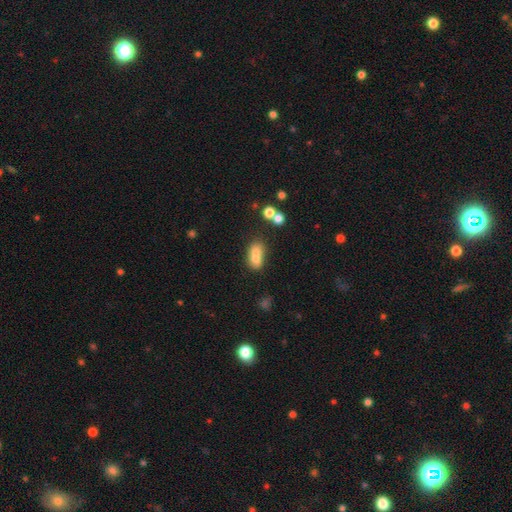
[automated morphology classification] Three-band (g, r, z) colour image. It shows a smooth galaxy with no disk features (70%) that is in between round and cigar-shaped (73%). Merging: merger (54%).